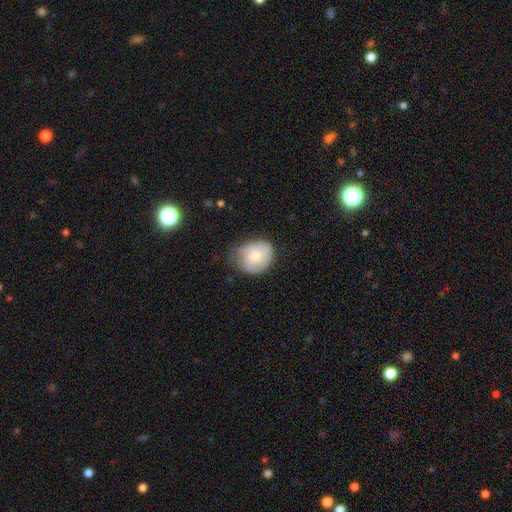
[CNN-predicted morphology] This is likely a smooth galaxy (69%). How rounded: possibly round (55%). Merging: possibly none (48%).